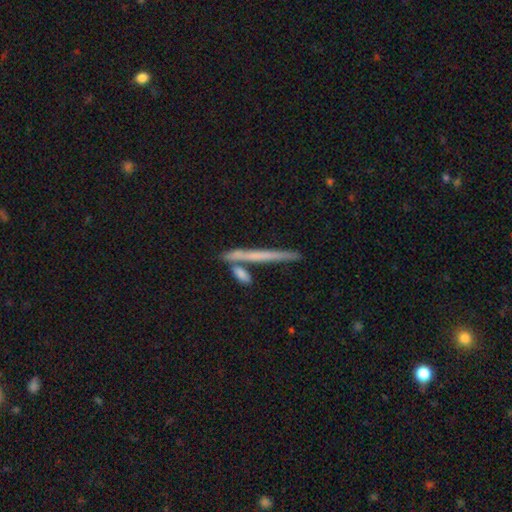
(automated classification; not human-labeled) Smooth or featured: featured or disk — 48% (smooth — 44%)
Merging: none — 76% (merger — 13%)